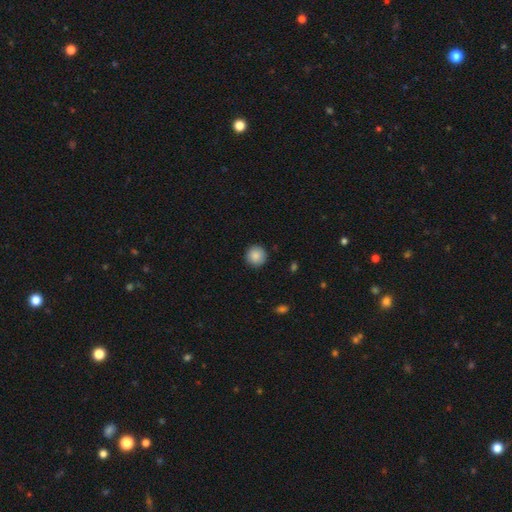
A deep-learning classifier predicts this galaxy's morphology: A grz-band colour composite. It shows a smooth galaxy with no disk features (87%) that is round (95%). Merging: none (90%).